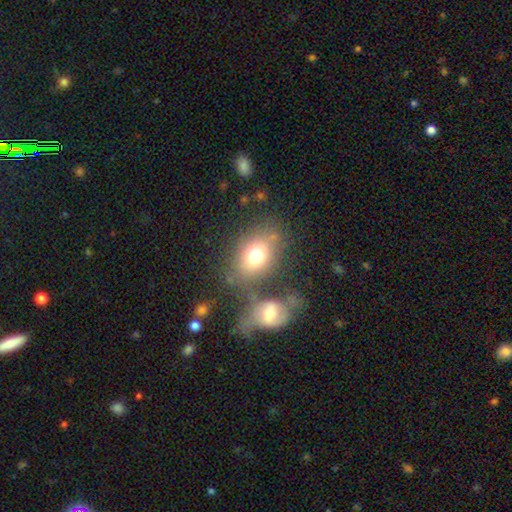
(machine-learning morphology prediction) smooth-or-featured: smooth: 72% | featured or disk: 17% | star or artifact: 11%
  how-rounded: in between: 66% | round: 32% | cigar-shaped: 2%
  merging: none: 56% | merger: 22% | minor disturbance: 14% | major disturbance: 8%